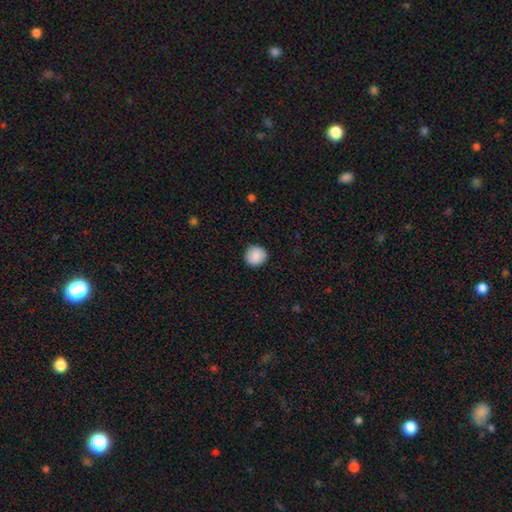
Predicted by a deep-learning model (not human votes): A smooth galaxy with no disk features (89%) that is round (94%). Merging: none (91%).